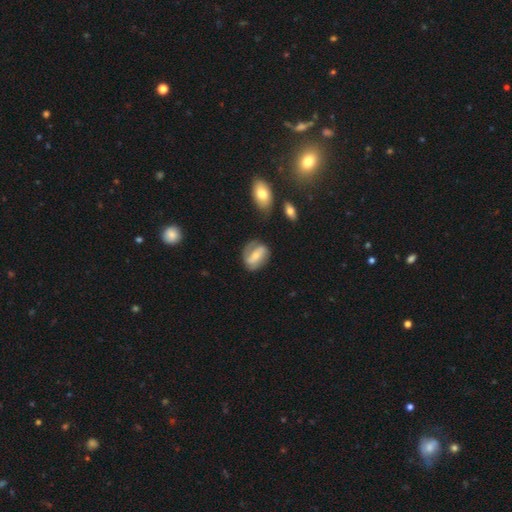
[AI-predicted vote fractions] smooth-or-featured: featured or disk: 57% | smooth: 36% | star or artifact: 7%
  disk-edge-on: no: 93% | yes: 7%
    bar: strong: 45% | weak: 33% | no: 22%
    has-spiral-arms: yes: 74% | no: 26%
    bulge-size: small: 49% | moderate: 42% | none: 4% | large: 3% | dominant: 1%
  merging: none: 64% | minor disturbance: 23% | major disturbance: 10% | merger: 4%